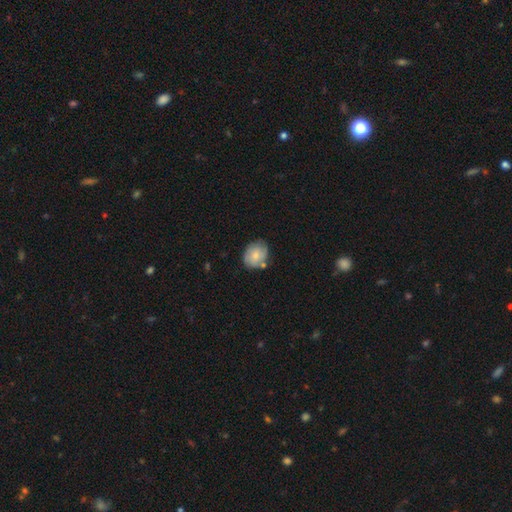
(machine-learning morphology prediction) A smooth galaxy with no disk features (69%) that is round (52%). Merging: none (67%).